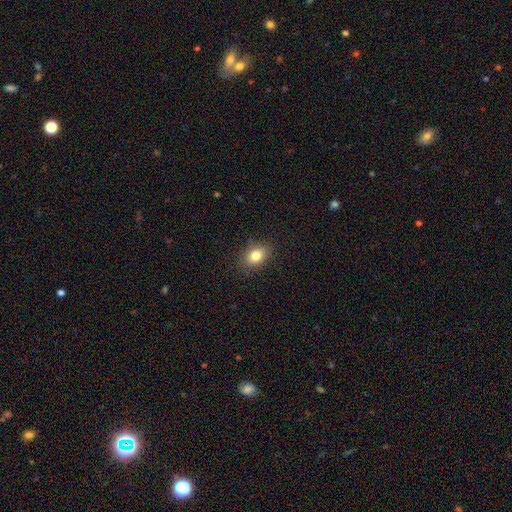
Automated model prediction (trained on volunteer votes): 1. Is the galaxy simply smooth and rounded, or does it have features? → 82% smooth, 10% star or artifact, 8% featured or disk.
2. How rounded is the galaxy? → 71% in between, 28% round, 1% cigar-shaped.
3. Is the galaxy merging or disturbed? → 86% none, 11% minor disturbance, 3% major disturbance, 1% merger.